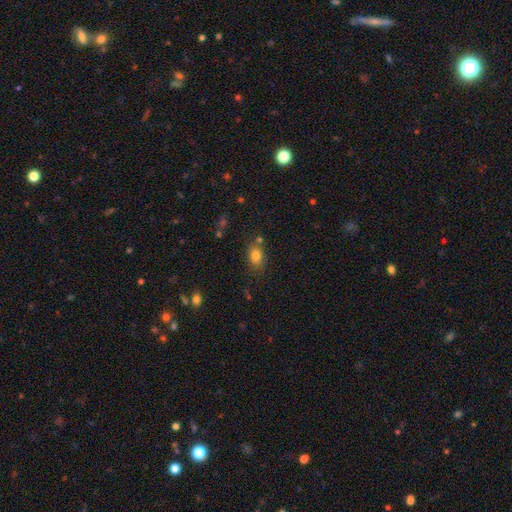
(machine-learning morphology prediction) Smooth or featured?
  - smooth: 81% *
  - star or artifact: 11%
  - featured or disk: 8%
How rounded?
  - in between: 72% *
  - round: 27%
  - cigar-shaped: 1%
Merging?
  - none: 73% *
  - minor disturbance: 14%
  - merger: 8%
  - major disturbance: 4%